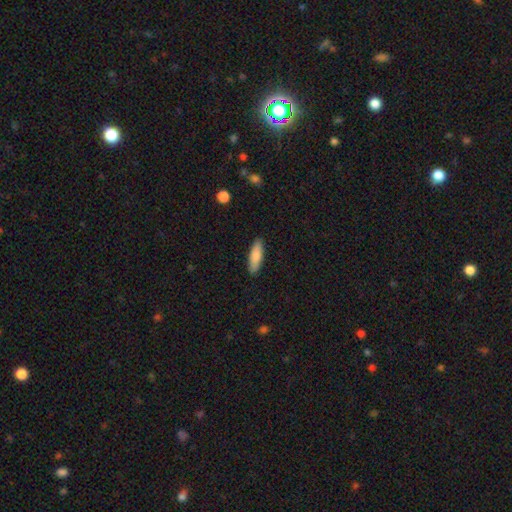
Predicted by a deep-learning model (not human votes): A smooth galaxy with no disk features (82%) that is cigar-shaped (49%, tied with in between). Merging: none (88%).